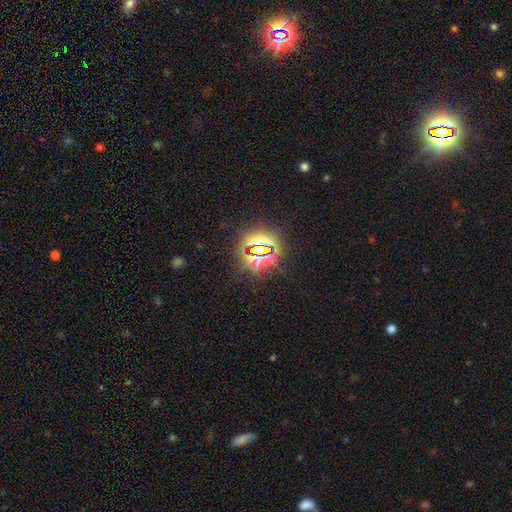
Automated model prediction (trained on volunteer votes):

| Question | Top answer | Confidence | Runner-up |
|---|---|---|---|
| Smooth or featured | star or artifact | 79% | smooth (11%) |